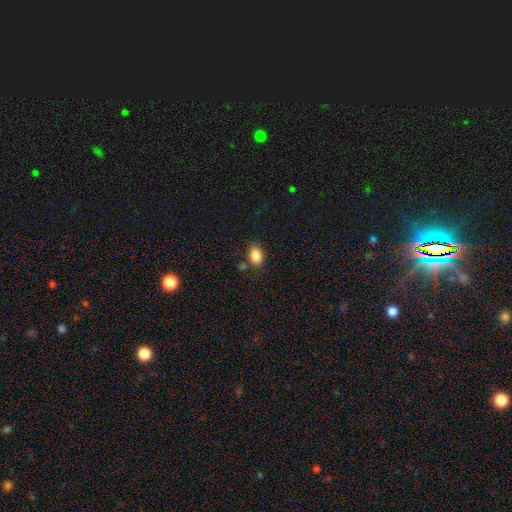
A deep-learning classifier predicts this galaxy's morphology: Q: Smooth or featured?
A: smooth (86%); runner-up: star or artifact (10%)
Q: How rounded?
A: in between (76%); runner-up: round (23%)
Q: Merging?
A: none (78%); runner-up: minor disturbance (13%)